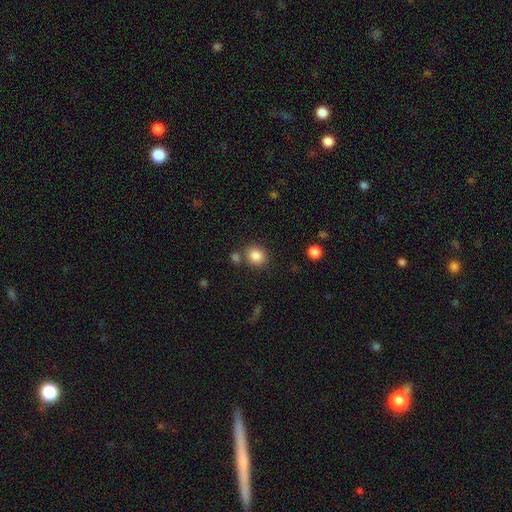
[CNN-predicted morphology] smooth_or_featured: smooth (p=0.86) [alt: star or artifact p=0.10]
how_rounded: round (p=0.77) [alt: in between p=0.22]
merging: none (p=0.75) [alt: merger p=0.12]